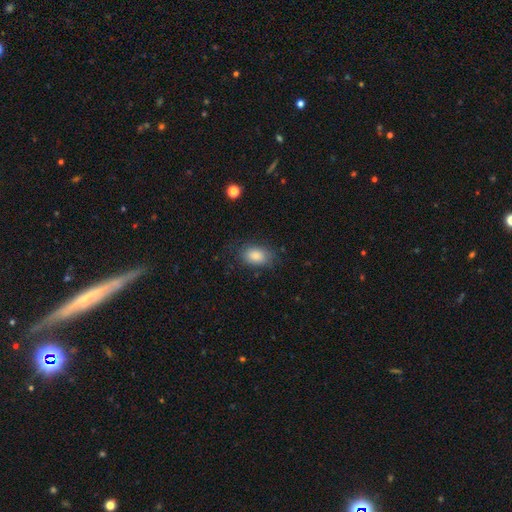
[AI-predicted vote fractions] Smooth or featured: smooth — 85% (star or artifact — 7%)
How rounded: in between — 87% (round — 12%)
Merging: none — 74% (minor disturbance — 18%)